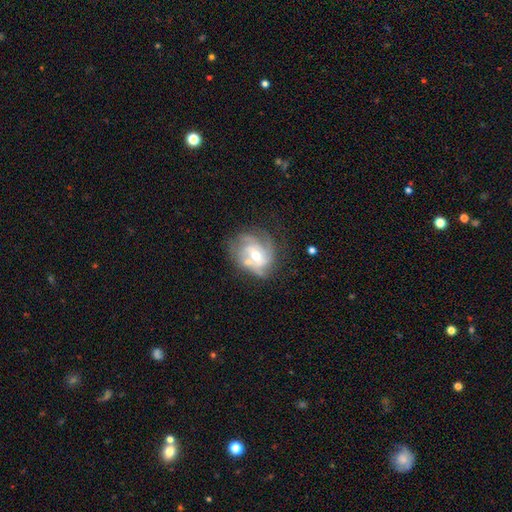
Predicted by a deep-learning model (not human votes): featured or disk 81%, smooth 13%, star or artifact 6%. Down the decision tree: edge-on disk — no (97%); bar — no (58%); spiral arms — yes (91%); spiral arm count — 3 (43%); spiral winding — tight (49%); bulge size — moderate (68%); merging — none (54%).